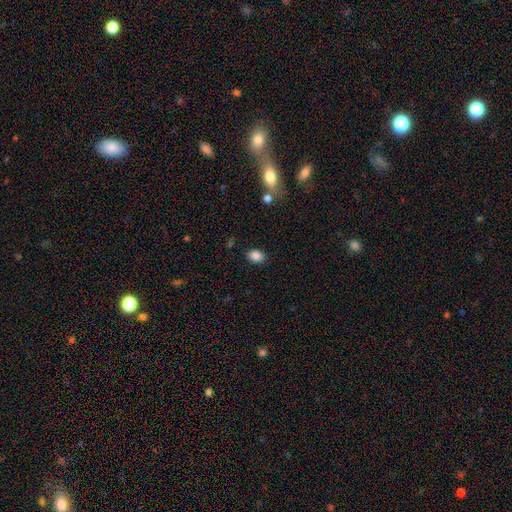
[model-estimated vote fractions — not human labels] smooth-or-featured: smooth: 86% | star or artifact: 10% | featured or disk: 4%
  how-rounded: in between: 66% | round: 33% | cigar-shaped: 1%
  merging: none: 86% | minor disturbance: 10% | major disturbance: 3% | merger: 2%